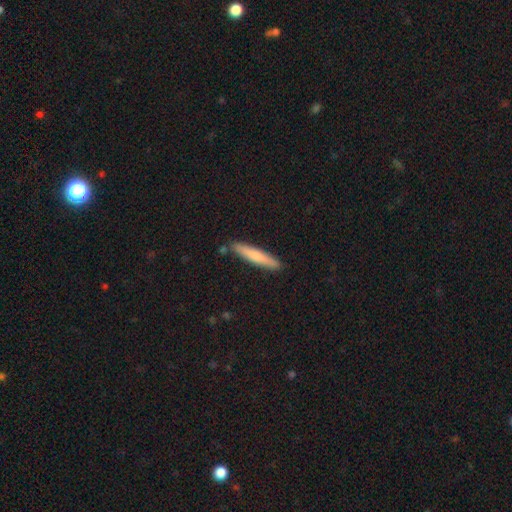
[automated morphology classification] Q: Smooth or featured?
A: smooth (71%); runner-up: featured or disk (24%)
Q: How rounded?
A: cigar-shaped (93%); runner-up: in between (6%)
Q: Merging?
A: none (86%); runner-up: minor disturbance (9%)